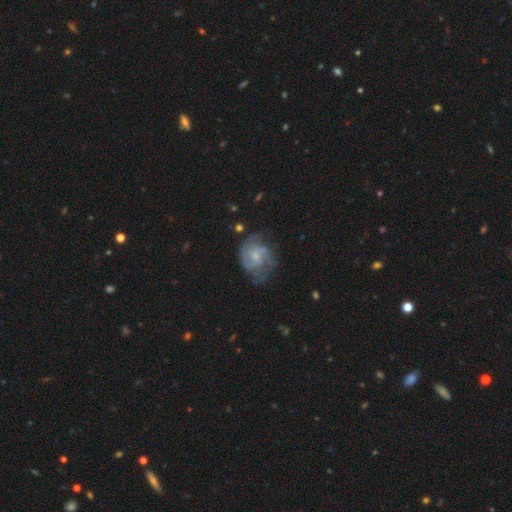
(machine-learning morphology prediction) Q: Smooth or featured?
A: featured or disk (71%); runner-up: smooth (21%)
Q: Edge-on disk?
A: no (98%); runner-up: yes (2%)
Q: Bar?
A: no (67%); runner-up: weak (29%)
Q: Spiral arms?
A: yes (84%); runner-up: no (16%)
Q: Spiral winding?
A: medium (43%); runner-up: tight (39%)
Q: Spiral arm count?
A: can't tell (35%); runner-up: 2 (30%)
Q: Bulge size?
A: small (66%); runner-up: moderate (23%)
Q: Merging?
A: none (54%); runner-up: minor disturbance (25%)